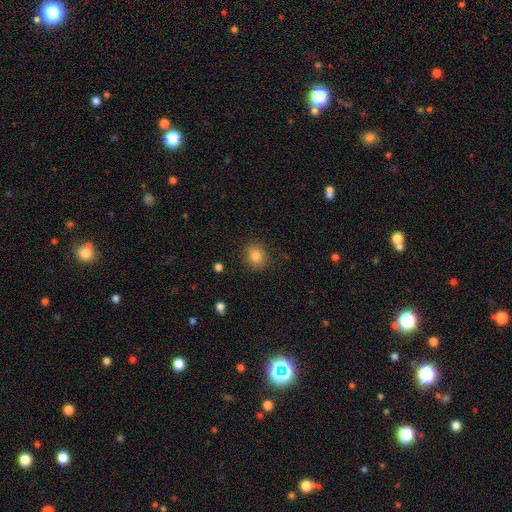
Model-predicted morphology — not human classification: Smooth or featured: smooth — 83% (star or artifact — 11%)
How rounded: round — 77% (in between — 22%)
Merging: none — 87% (minor disturbance — 9%)